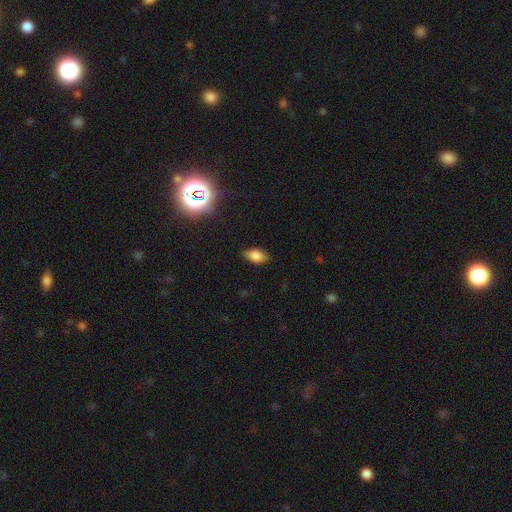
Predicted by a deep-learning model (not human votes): Overall: smooth (71%). How rounded: in between (86%). Merging: none (83%).